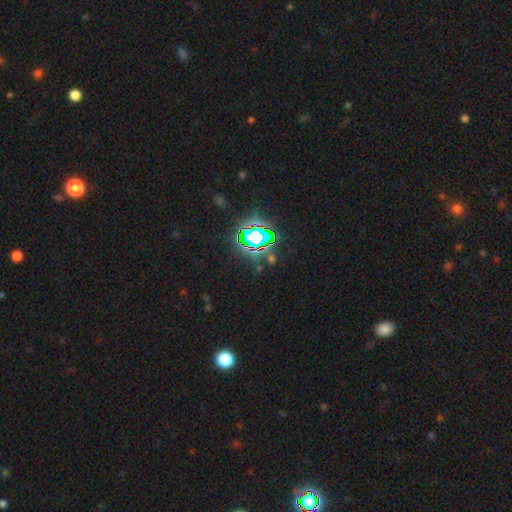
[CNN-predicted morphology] Smooth or featured? Predicted: star or artifact (p=0.78).